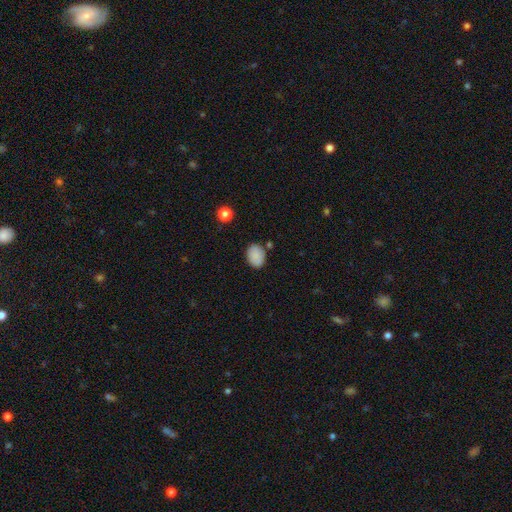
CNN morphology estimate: Overall: smooth (87%). How rounded: in between (71%). Merging: none (80%).